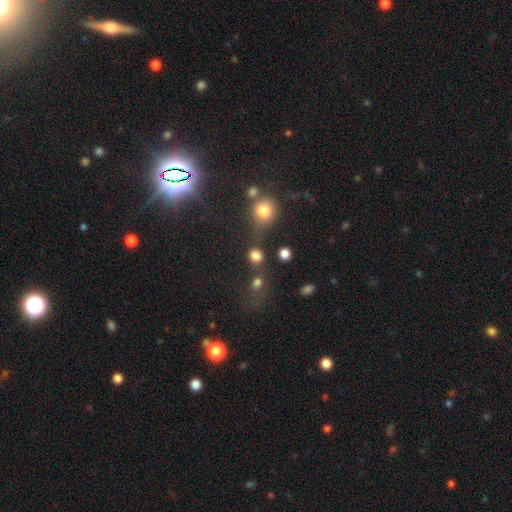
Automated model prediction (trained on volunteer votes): Q: Smooth or featured?
A: smooth (79%); runner-up: star or artifact (15%)
Q: How rounded?
A: round (78%); runner-up: in between (20%)
Q: Merging?
A: none (65%); runner-up: merger (16%)